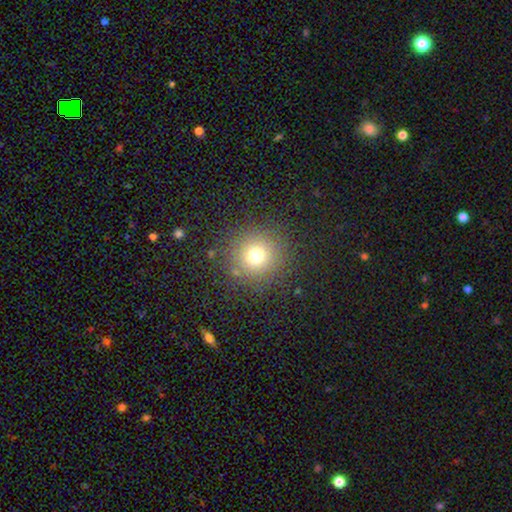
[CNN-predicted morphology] Smooth or featured? smooth (69%)
How rounded? round (94%)
Merging? none (86%)